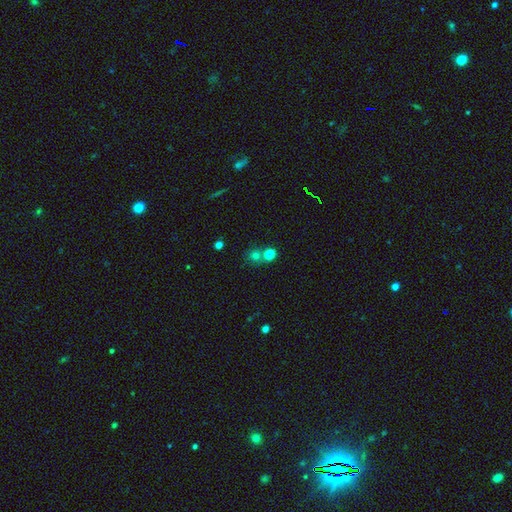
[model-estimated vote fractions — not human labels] Smooth or featured? Predicted: smooth (p=0.71). How rounded? Predicted: round (p=0.85). Merging? Predicted: none (p=0.57).